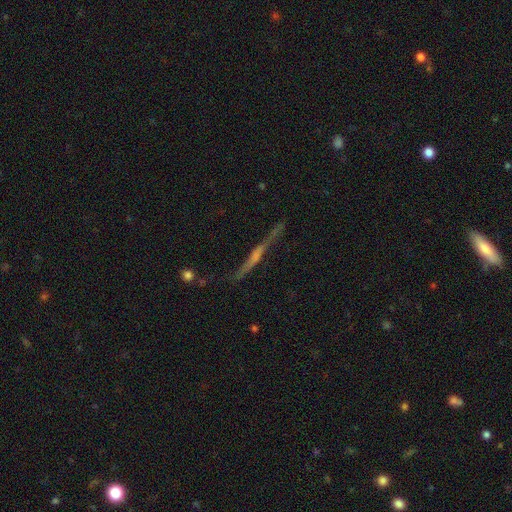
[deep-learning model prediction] Morphology: type=featured or disk (71%); edge-on=yes (92%); edge-on bulge=none (41%); merging=none (72%).